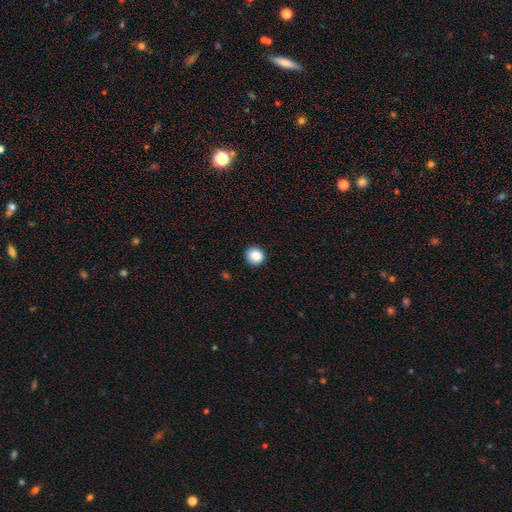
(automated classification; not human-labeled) Smooth or featured? smooth (88%)
How rounded? round (92%)
Merging? none (91%)